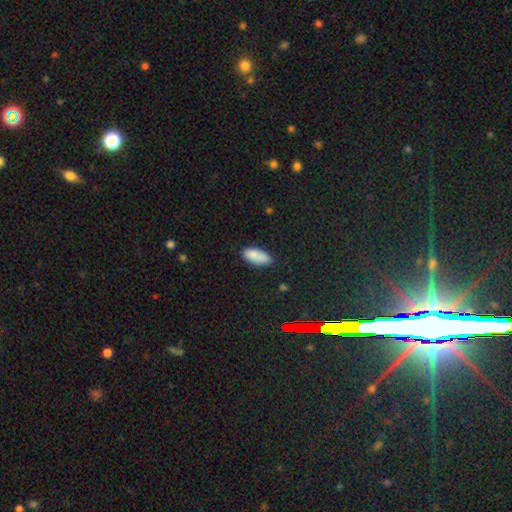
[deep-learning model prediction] smooth_or_featured: smooth (p=0.86) [alt: star or artifact p=0.08]
how_rounded: in between (p=0.87) [alt: cigar-shaped p=0.10]
merging: none (p=0.79) [alt: minor disturbance p=0.16]